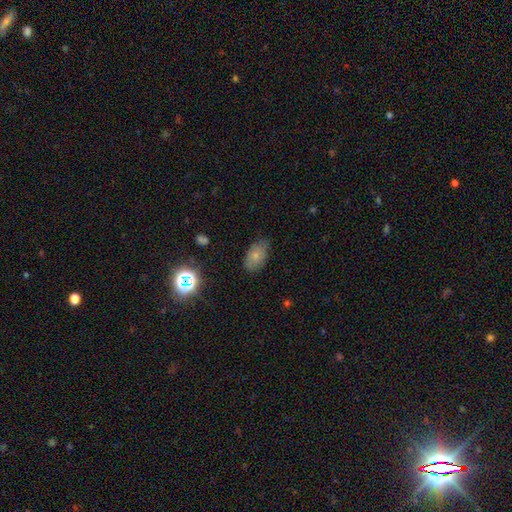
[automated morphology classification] A smooth galaxy with no disk features (72%) that is in between round and cigar-shaped (90%).

Vote fractions:
- Smooth or featured? smooth: 72% / featured or disk: 16% / star or artifact: 11%
- How rounded? in between: 90% / round: 8% / cigar-shaped: 2%
- Merging? none: 73% / minor disturbance: 21% / major disturbance: 4% / merger: 1%